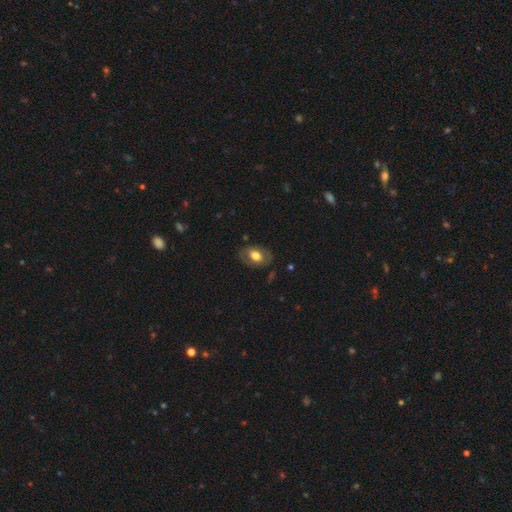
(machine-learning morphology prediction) Q: Smooth or featured?
A: smooth (56%); runner-up: featured or disk (38%)
Q: How rounded?
A: in between (84%); runner-up: round (15%)
Q: Merging?
A: none (78%); runner-up: minor disturbance (15%)